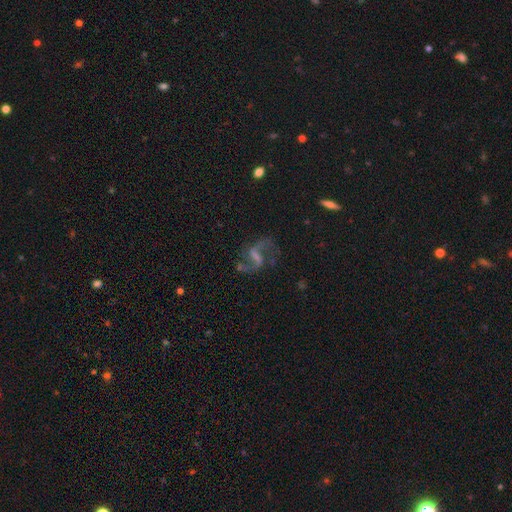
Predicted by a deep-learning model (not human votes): Smooth or featured? Predicted: featured or disk (p=0.85). Edge-on disk? Predicted: no (p=0.97). Bar? Predicted: weak (p=0.48). Spiral arms? Predicted: yes (p=0.95). Spiral winding? Predicted: loose (p=0.66). Spiral arm count? Predicted: 2 (p=0.92). Bulge size? Predicted: none (p=0.51). Merging? Predicted: none (p=0.73).